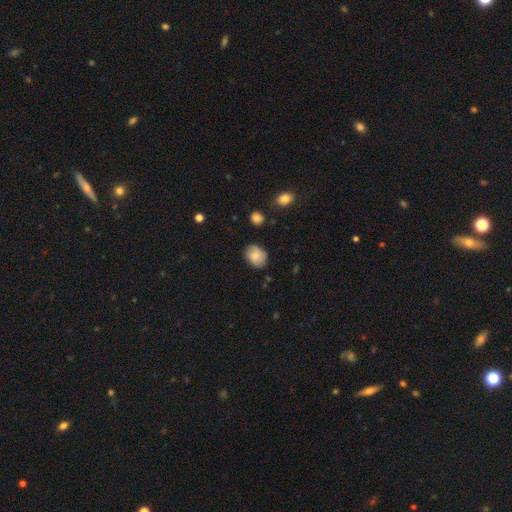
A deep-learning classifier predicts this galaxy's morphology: The model was most divided on "how rounded": in between: 57%, round: 42%, cigar-shaped: 1%. More confident: smooth or featured — smooth (77%); merging — none (76%).